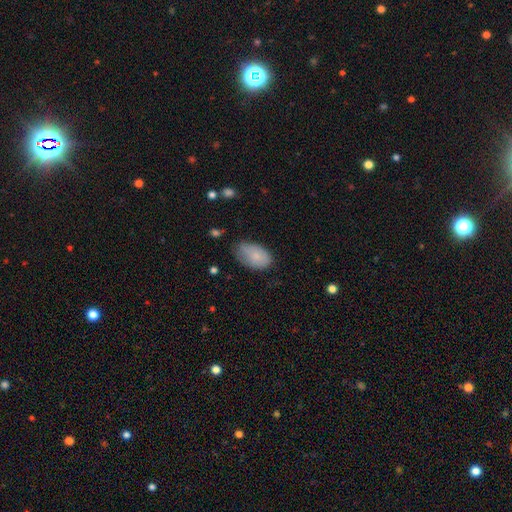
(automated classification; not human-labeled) Smooth or featured? Predicted: smooth (p=0.81). How rounded? Predicted: in between (p=0.92). Merging? Predicted: none (p=0.54).